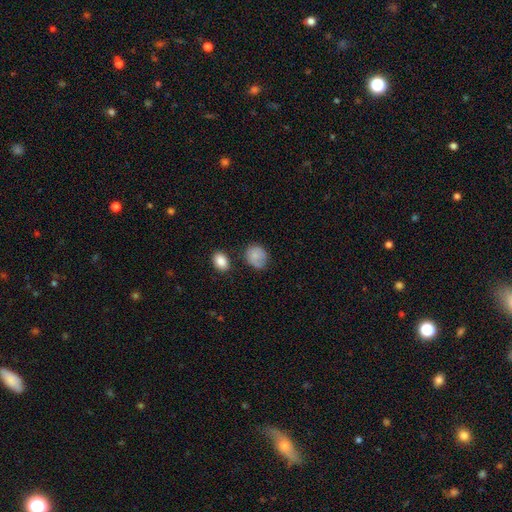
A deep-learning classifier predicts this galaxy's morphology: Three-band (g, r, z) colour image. It shows a smooth galaxy with no disk features (79%) that is round (66%). Merging: none (59%).